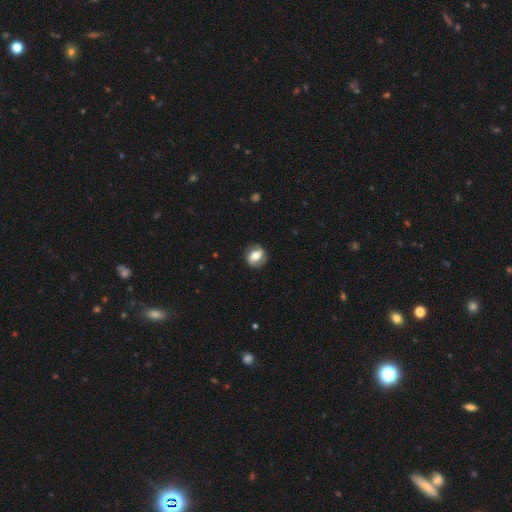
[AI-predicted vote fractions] This is possibly a featured or disk galaxy (56%). It is clearly not viewed edge-on (95%). Bar: marginally weak (38%). Spiral arm pattern: likely yes (74%). Central bulge: possibly moderate (59%). Merging: clearly none (83%).